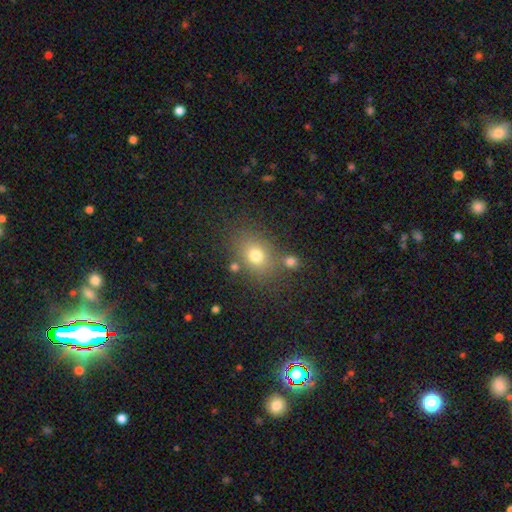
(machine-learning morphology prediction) Smooth or featured? smooth (74%)
How rounded? in between (59%)
Merging? none (71%)